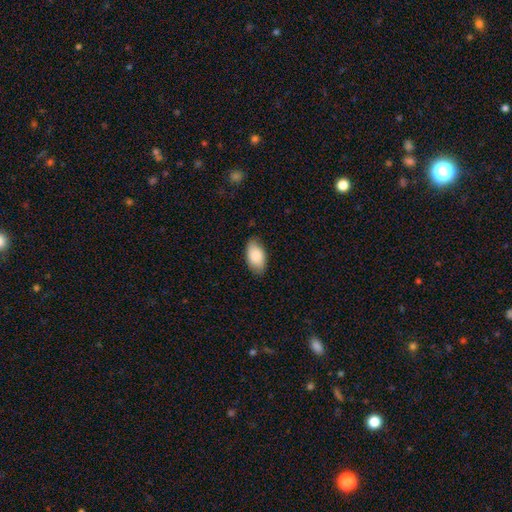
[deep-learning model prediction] The model was most divided on "merging": none: 82%, minor disturbance: 14%, major disturbance: 3%, merger: 1%. More confident: how rounded — in between (95%); smooth or featured — smooth (87%).